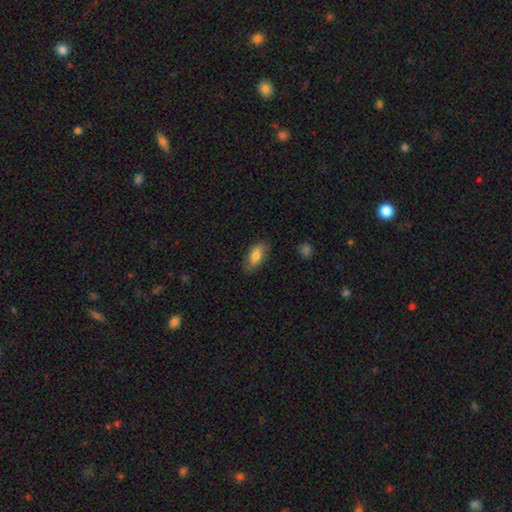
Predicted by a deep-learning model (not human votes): smooth-or-featured: smooth: 79% | featured or disk: 14% | star or artifact: 7%
  how-rounded: in between: 88% | cigar-shaped: 9% | round: 3%
  merging: none: 76% | minor disturbance: 18% | major disturbance: 4% | merger: 1%